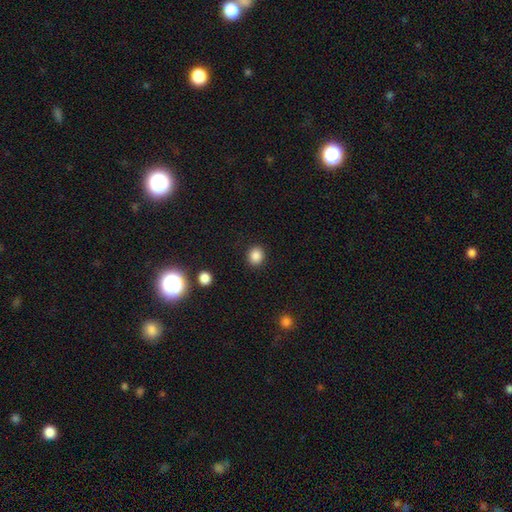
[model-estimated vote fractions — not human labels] smooth 86%, star or artifact 10%, featured or disk 3%. Down the decision tree: how rounded — round (78%); merging — none (90%).